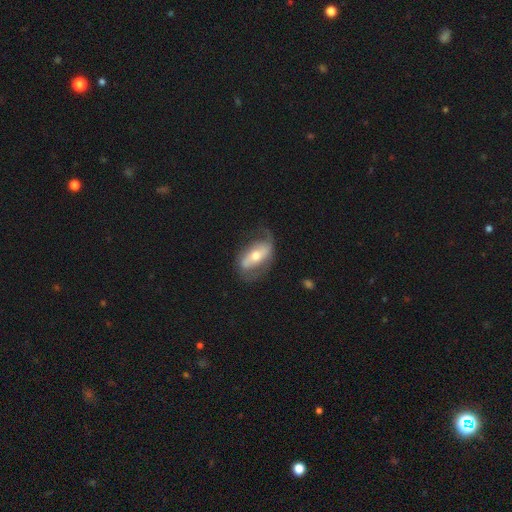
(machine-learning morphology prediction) type=featured or disk (69%); edge-on=no (90%); bar=strong (48%); spiral arms=yes (73%); bulge=moderate (62%); merging=none (56%).